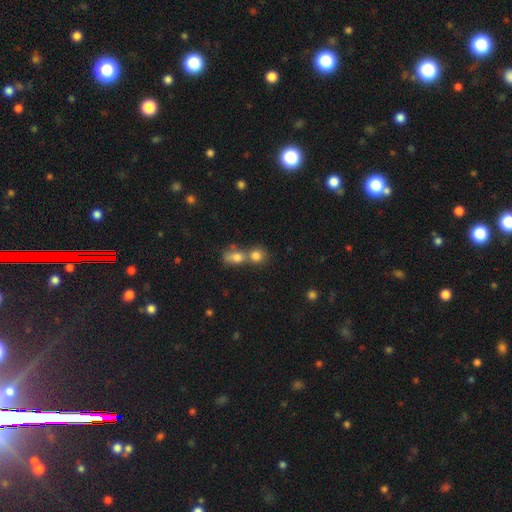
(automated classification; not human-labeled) Q: Smooth or featured?
A: smooth (78%); runner-up: star or artifact (12%)
Q: How rounded?
A: round (74%); runner-up: in between (24%)
Q: Merging?
A: merger (54%); runner-up: none (36%)